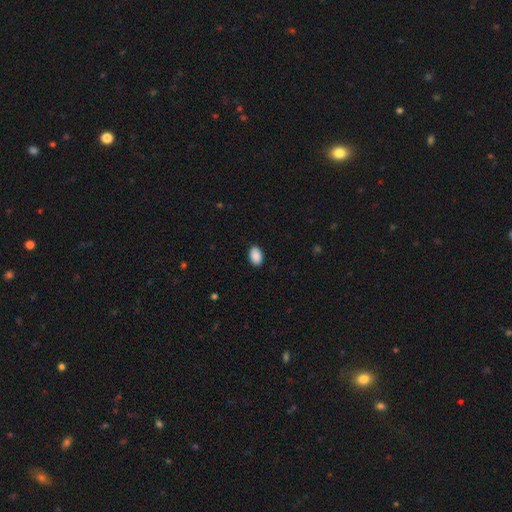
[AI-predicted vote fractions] smooth 90%, star or artifact 7%, featured or disk 3%. Down the decision tree: how rounded — in between (87%); merging — none (87%).